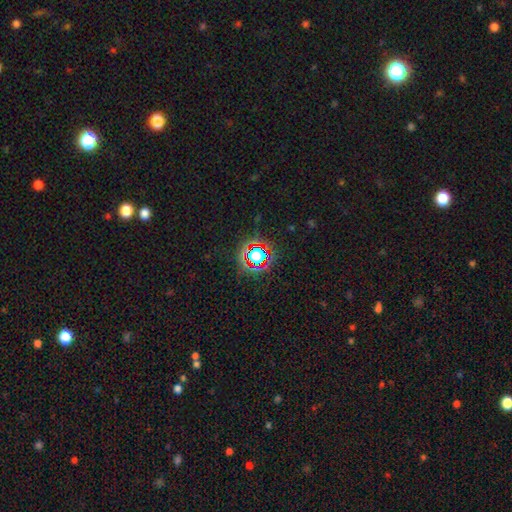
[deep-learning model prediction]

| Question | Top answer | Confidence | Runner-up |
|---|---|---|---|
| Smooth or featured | star or artifact | 67% | smooth (22%) |